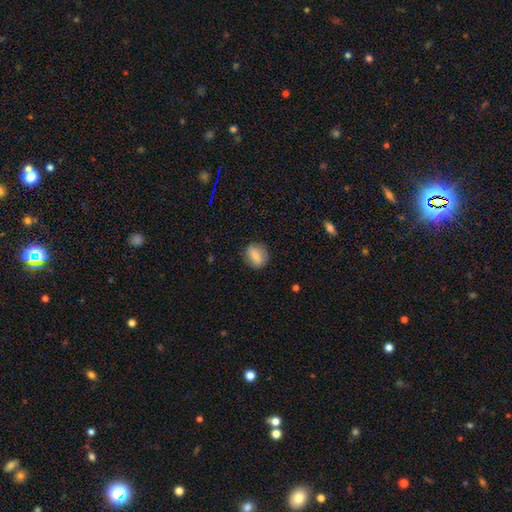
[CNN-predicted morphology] smooth 74%, featured or disk 18%, star or artifact 8%. Down the decision tree: how rounded — round (57%); merging — none (81%).